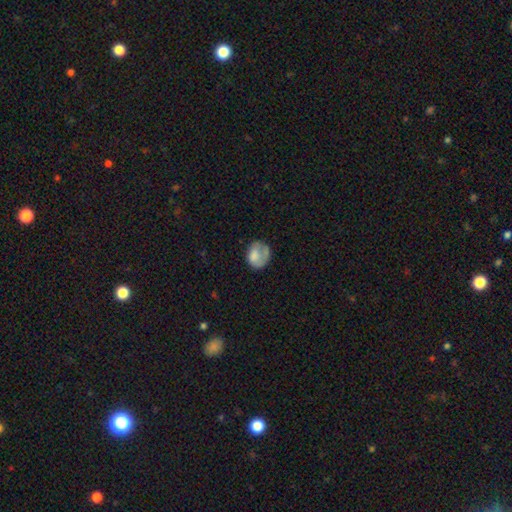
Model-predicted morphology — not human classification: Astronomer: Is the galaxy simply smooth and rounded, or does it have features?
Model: smooth — 68%.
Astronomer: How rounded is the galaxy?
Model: round — 52% (runner-up: in between, 47%).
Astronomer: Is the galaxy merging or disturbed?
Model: none — 43% (runner-up: minor disturbance, 29%).